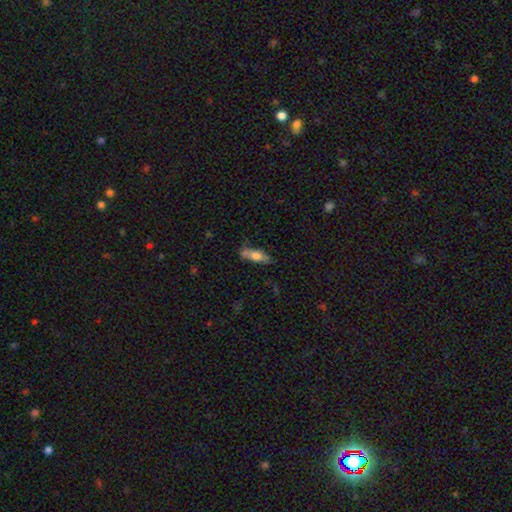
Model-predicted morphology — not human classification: This is likely a smooth galaxy (63%). How rounded: likely in between (63%). Merging: possibly none (59%).